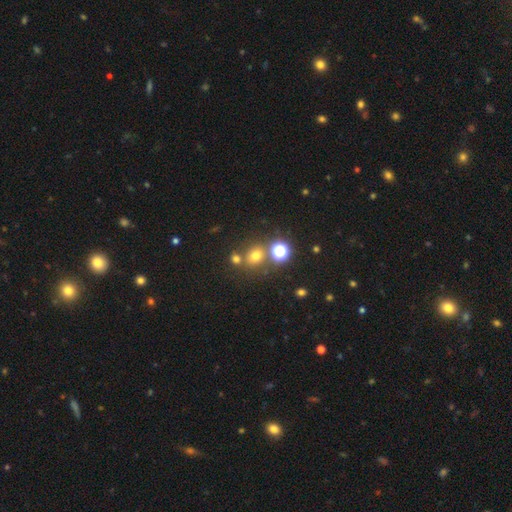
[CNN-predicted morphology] A smooth galaxy with no disk features (65%) that is round (72%).

Vote fractions:
- Smooth or featured? smooth: 65% / star or artifact: 25% / featured or disk: 9%
- How rounded? round: 72% / in between: 27% / cigar-shaped: 1%
- Merging? none: 68% / merger: 18% / minor disturbance: 10% / major disturbance: 4%